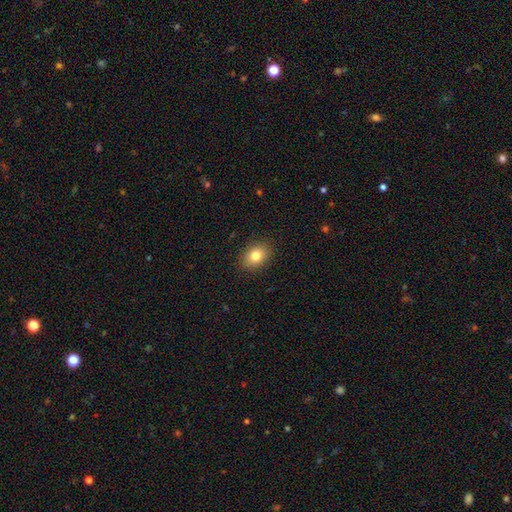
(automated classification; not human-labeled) smooth_or_featured: smooth (p=0.81) [alt: star or artifact p=0.09]
how_rounded: in between (p=0.70) [alt: round p=0.29]
merging: none (p=0.89) [alt: minor disturbance p=0.08]